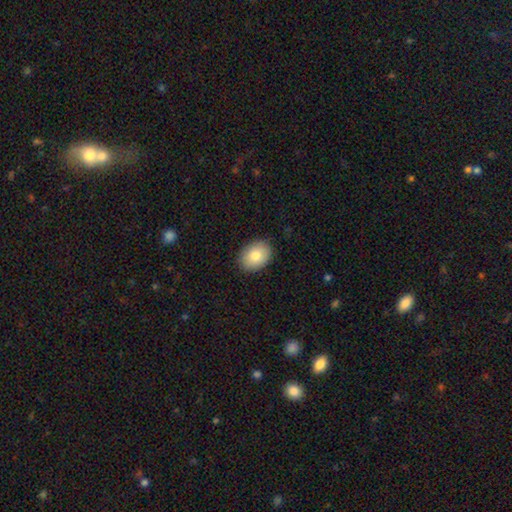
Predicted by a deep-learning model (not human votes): Smooth or featured? smooth (82%)
How rounded? in between (75%)
Merging? none (88%)